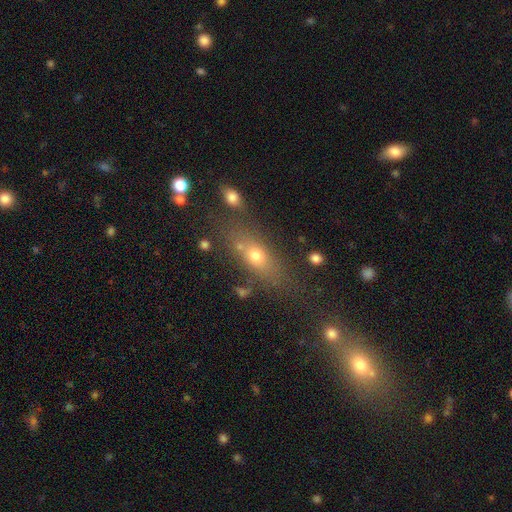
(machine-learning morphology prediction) Smooth or featured? smooth (65%)
How rounded? in between (56%)
Merging? none (60%)